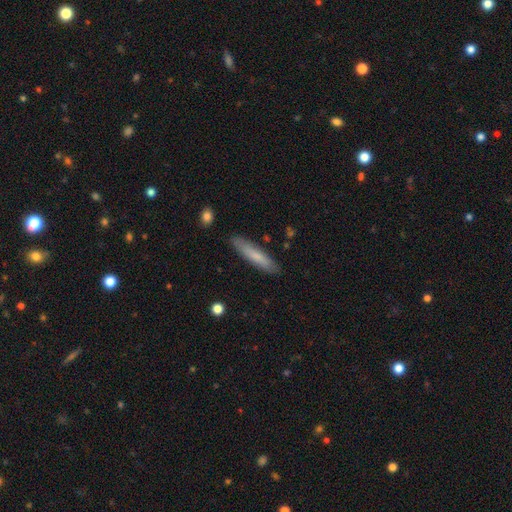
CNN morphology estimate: Smooth or featured? Predicted: smooth (p=0.72). How rounded? Predicted: cigar-shaped (p=0.85). Merging? Predicted: none (p=0.85).